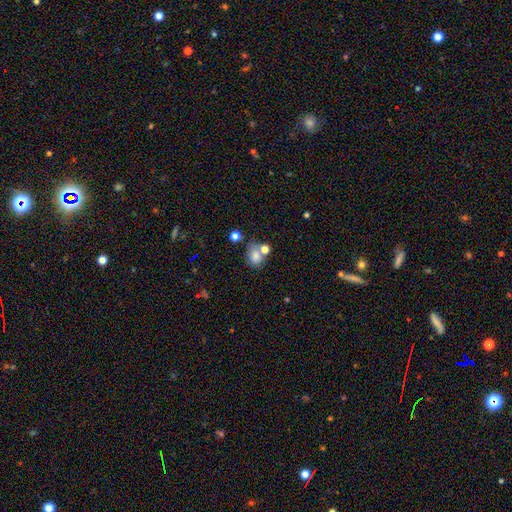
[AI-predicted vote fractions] Morphology: type=smooth (77%); roundness=in between (61%); merging=none (45%).